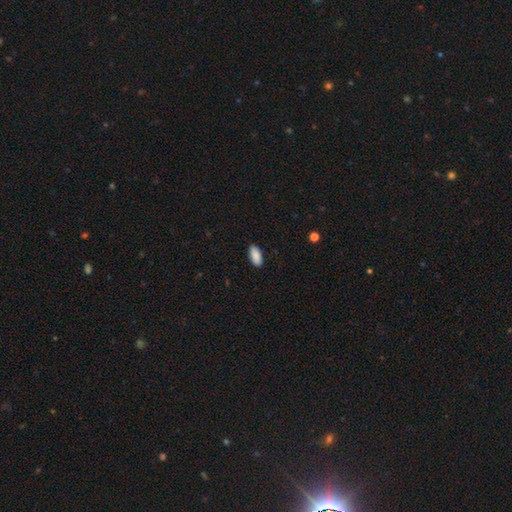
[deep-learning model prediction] Overall: smooth (90%). How rounded: in between (91%). Merging: none (89%).